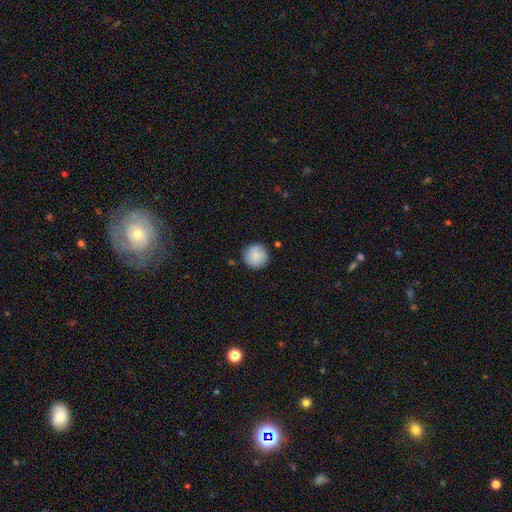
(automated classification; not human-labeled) This is clearly a smooth galaxy (88%). How rounded: clearly round (95%). Merging: clearly none (88%).